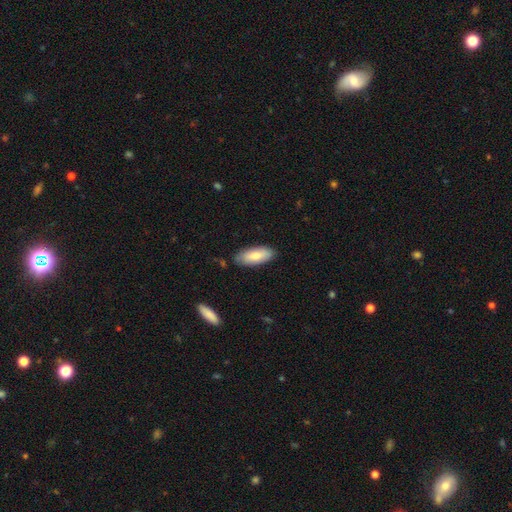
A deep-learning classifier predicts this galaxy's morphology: type=smooth (77%); roundness=in between (83%); merging=none (82%).